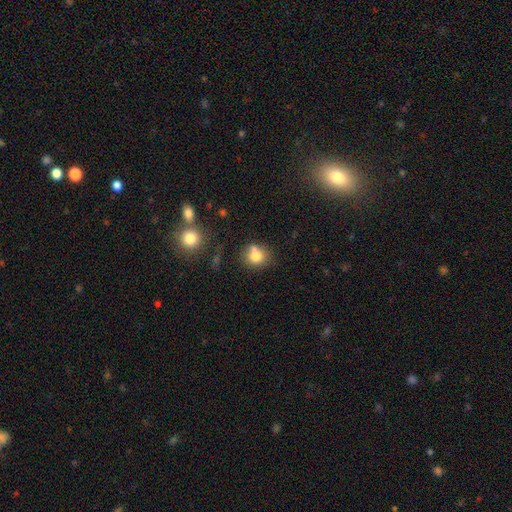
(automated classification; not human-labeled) Morphology: type=smooth (77%); roundness=round (75%); merging=none (54%).